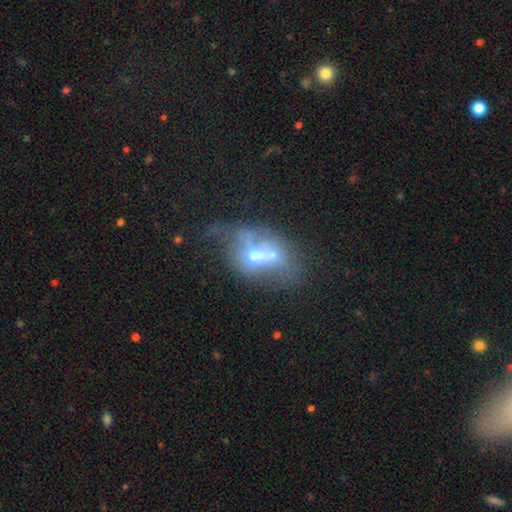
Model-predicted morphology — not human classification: This is possibly a featured or disk galaxy (48%). Merging: marginally merger (43%).